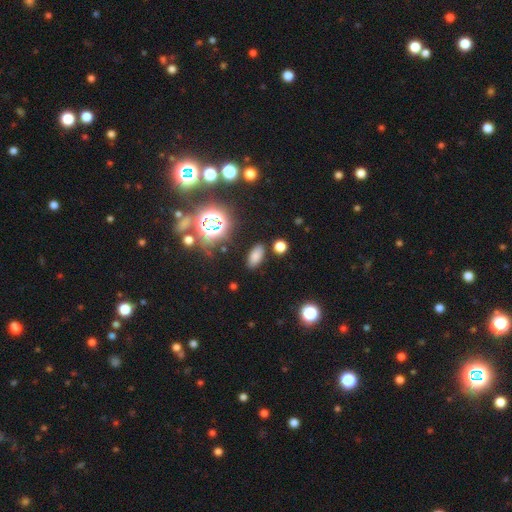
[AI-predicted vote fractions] Smooth or featured: smooth — 72% (star or artifact — 20%)
How rounded: in between — 88% (cigar-shaped — 7%)
Merging: none — 85% (minor disturbance — 9%)